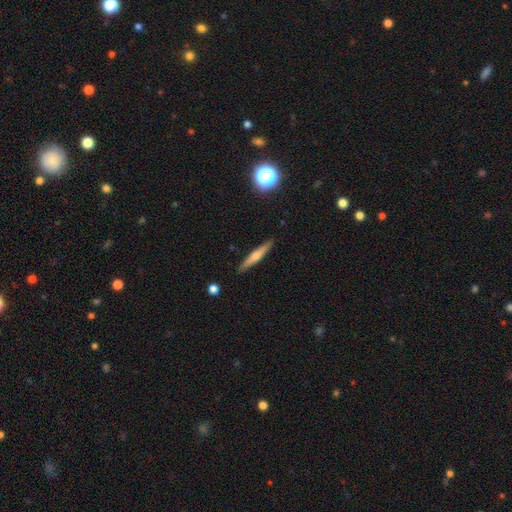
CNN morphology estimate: A featured or disk galaxy (49%).

Vote fractions:
- Smooth or featured? featured or disk: 49% / smooth: 44% / star or artifact: 7%
- Merging? none: 90% / minor disturbance: 8% / major disturbance: 1% / merger: 1%